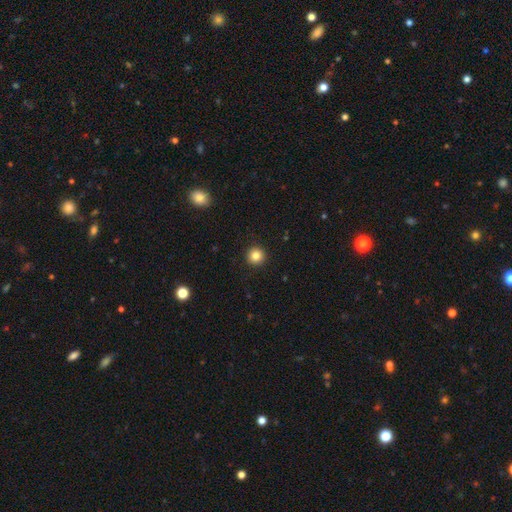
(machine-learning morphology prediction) This appears to be a smooth galaxy with no disk features (84%) that is round (95%). Merging: none (93%).